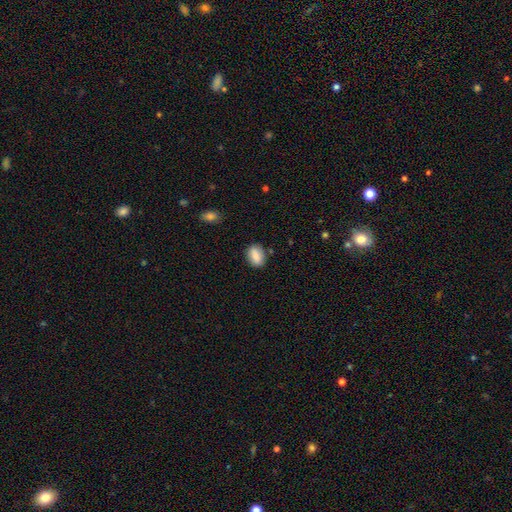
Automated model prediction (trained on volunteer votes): Smooth or featured? Predicted: smooth (p=0.82). How rounded? Predicted: in between (p=0.77). Merging? Predicted: none (p=0.83).